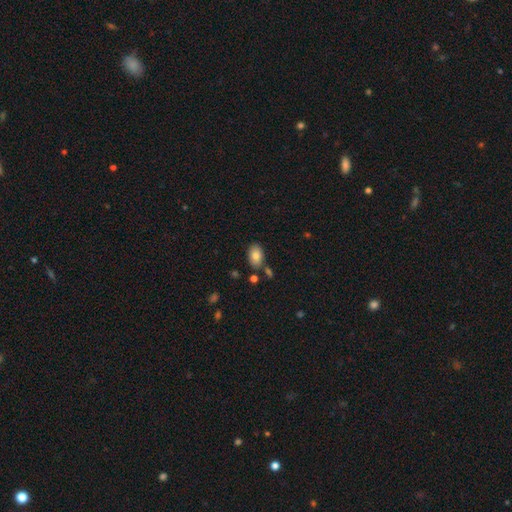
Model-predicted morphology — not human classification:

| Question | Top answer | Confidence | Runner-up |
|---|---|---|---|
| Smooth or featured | smooth | 82% | featured or disk (10%) |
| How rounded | in between | 90% | round (9%) |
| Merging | none | 76% | minor disturbance (13%) |